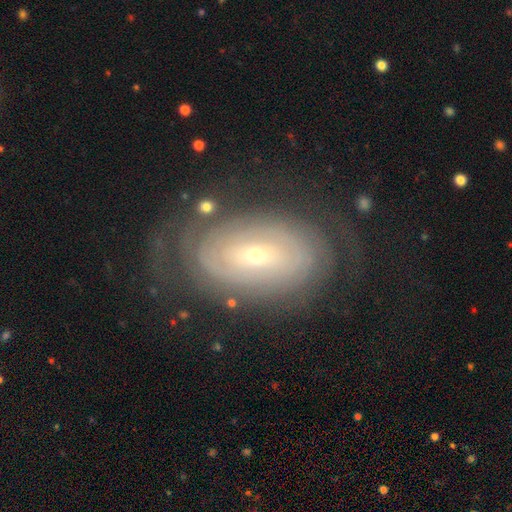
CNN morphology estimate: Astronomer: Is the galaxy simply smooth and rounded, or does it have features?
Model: featured or disk — 77%.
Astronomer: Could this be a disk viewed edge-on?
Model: no — 94%.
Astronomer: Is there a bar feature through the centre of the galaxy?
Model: no — 54% (runner-up: weak, 33%).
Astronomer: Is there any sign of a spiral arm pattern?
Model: yes — 81%.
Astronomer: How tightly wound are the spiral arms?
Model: tight — 78%.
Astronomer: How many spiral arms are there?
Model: can't tell — 56%.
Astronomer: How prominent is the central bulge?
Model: small — 71%.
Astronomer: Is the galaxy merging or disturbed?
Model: none — 71%.